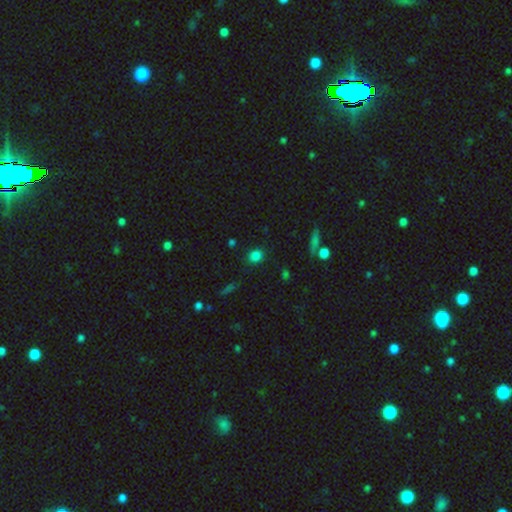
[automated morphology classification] Smooth or featured?
  - smooth: 82% *
  - star or artifact: 13%
  - featured or disk: 5%
How rounded?
  - round: 71% *
  - in between: 27%
  - cigar-shaped: 2%
Merging?
  - none: 86% *
  - minor disturbance: 9%
  - major disturbance: 3%
  - merger: 2%